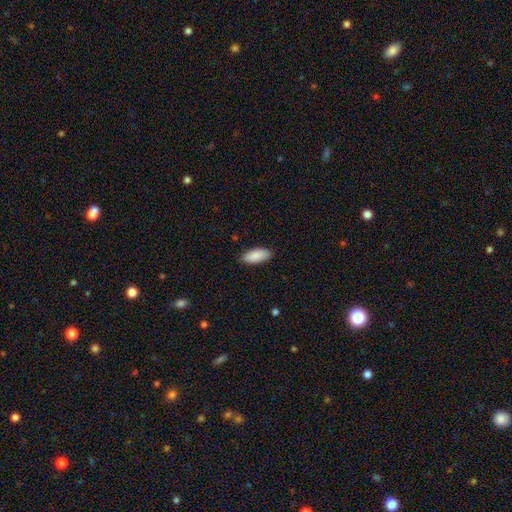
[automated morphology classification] A smooth galaxy with no disk features (90%) that is in between round and cigar-shaped (86%).

Vote fractions:
- Smooth or featured? smooth: 90% / star or artifact: 6% / featured or disk: 4%
- How rounded? in between: 86% / cigar-shaped: 12% / round: 2%
- Merging? none: 86% / minor disturbance: 11% / major disturbance: 2% / merger: 1%